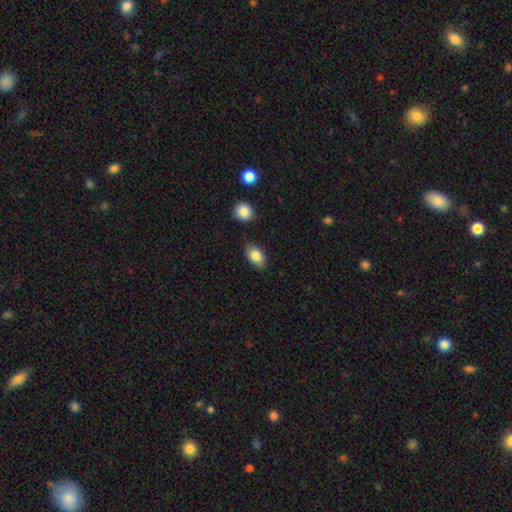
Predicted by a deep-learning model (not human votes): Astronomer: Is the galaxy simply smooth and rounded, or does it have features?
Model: smooth — 84%.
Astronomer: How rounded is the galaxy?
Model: in between — 89%.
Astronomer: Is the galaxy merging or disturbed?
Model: none — 83%.